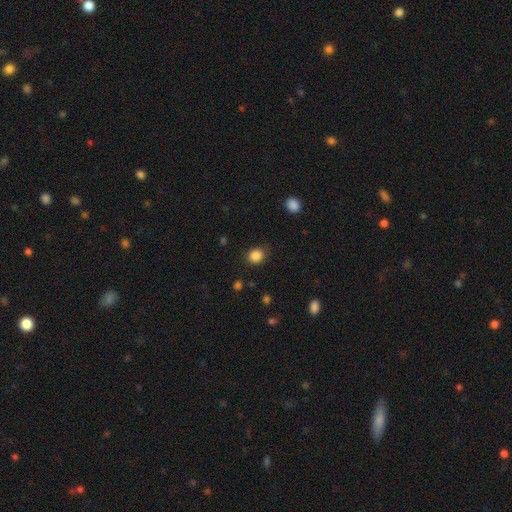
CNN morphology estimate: Smooth or featured? Predicted: smooth (p=0.86). How rounded? Predicted: round (p=0.74). Merging? Predicted: none (p=0.83).